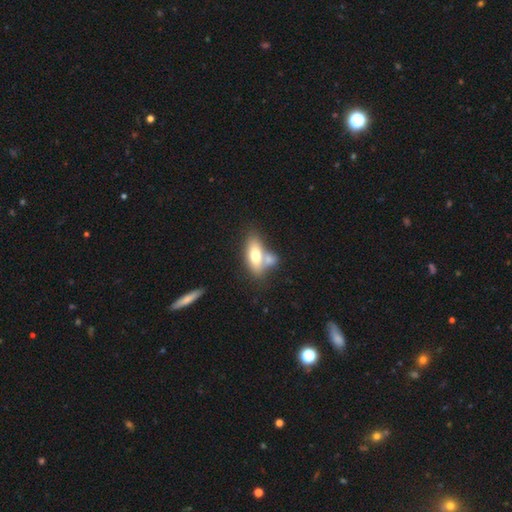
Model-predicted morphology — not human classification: Smooth or featured: smooth — 68% (featured or disk — 25%)
How rounded: in between — 78% (cigar-shaped — 18%)
Merging: merger — 46% (none — 37%)